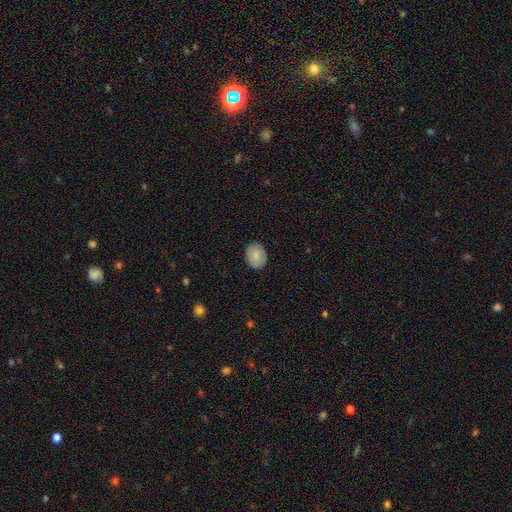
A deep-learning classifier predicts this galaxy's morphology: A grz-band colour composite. It shows a smooth galaxy with no disk features (81%) that is in between round and cigar-shaped (58%). Merging: none (85%).